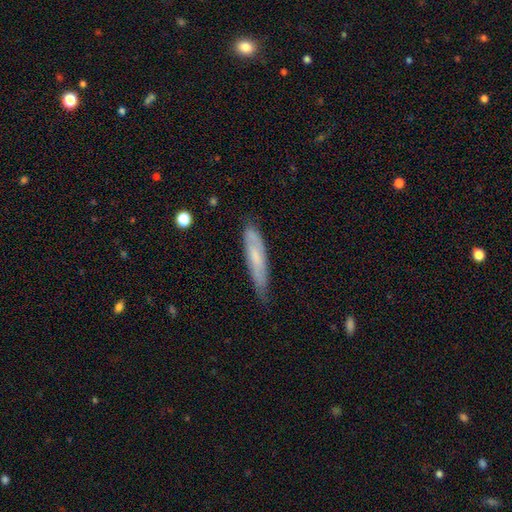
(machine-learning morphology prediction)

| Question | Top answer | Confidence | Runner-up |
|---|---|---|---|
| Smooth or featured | smooth | 53% | featured or disk (40%) |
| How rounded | cigar-shaped | 83% | in between (15%) |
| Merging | none | 64% | minor disturbance (29%) |